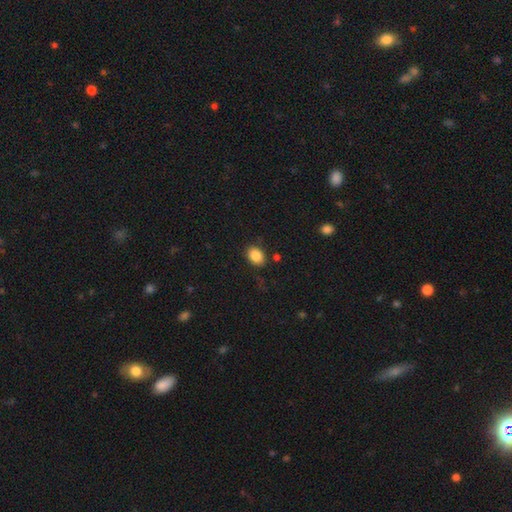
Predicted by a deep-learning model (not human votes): This appears to be a smooth galaxy with no disk features (86%) that is in between round and cigar-shaped (74%). Merging: none (84%).